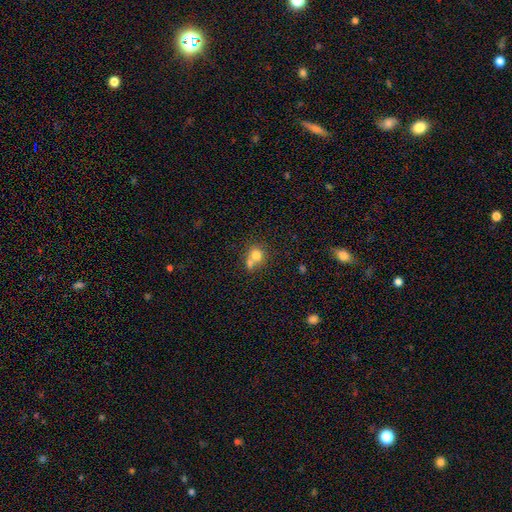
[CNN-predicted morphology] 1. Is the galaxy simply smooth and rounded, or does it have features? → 75% smooth, 14% featured or disk, 11% star or artifact.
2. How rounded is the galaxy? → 73% round, 26% in between, 1% cigar-shaped.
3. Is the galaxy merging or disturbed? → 52% merger, 36% none, 8% minor disturbance, 4% major disturbance.